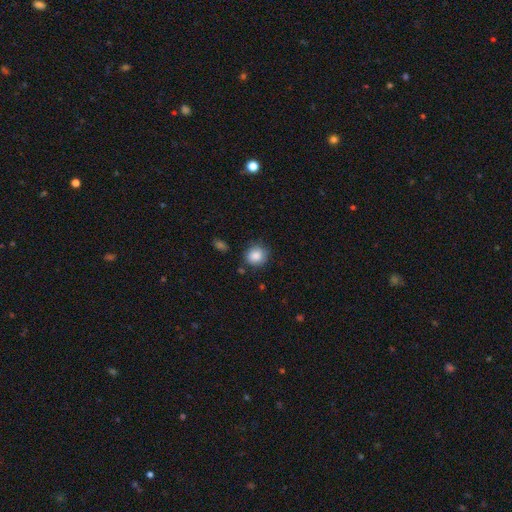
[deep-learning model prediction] A smooth galaxy with no disk features (87%) that is round (84%).

Vote fractions:
- Smooth or featured? smooth: 87% / star or artifact: 8% / featured or disk: 5%
- How rounded? round: 84% / in between: 15% / cigar-shaped: 1%
- Merging? none: 78% / minor disturbance: 15% / major disturbance: 4% / merger: 3%